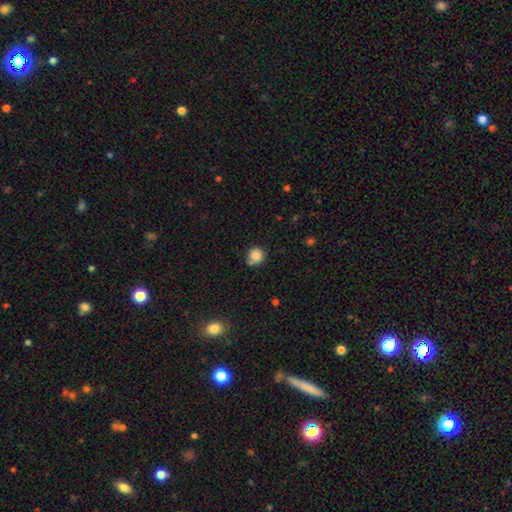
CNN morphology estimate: smooth-or-featured: smooth: 84% | star or artifact: 10% | featured or disk: 6%
  how-rounded: round: 87% | in between: 13% | cigar-shaped: 1%
  merging: none: 62% | minor disturbance: 21% | merger: 12% | major disturbance: 6%